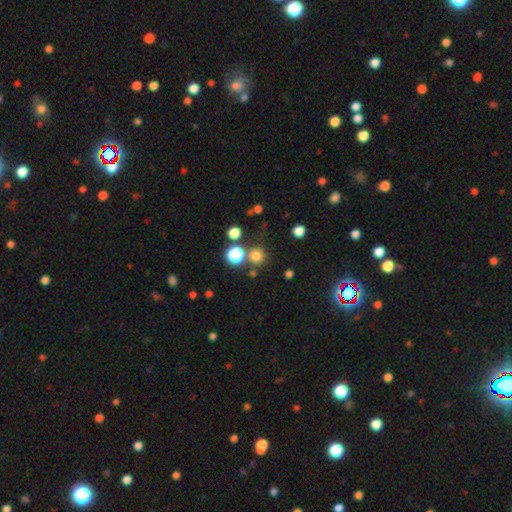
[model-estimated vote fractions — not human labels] Smooth or featured? Predicted: smooth (p=0.74). How rounded? Predicted: round (p=0.93). Merging? Predicted: none (p=0.77).